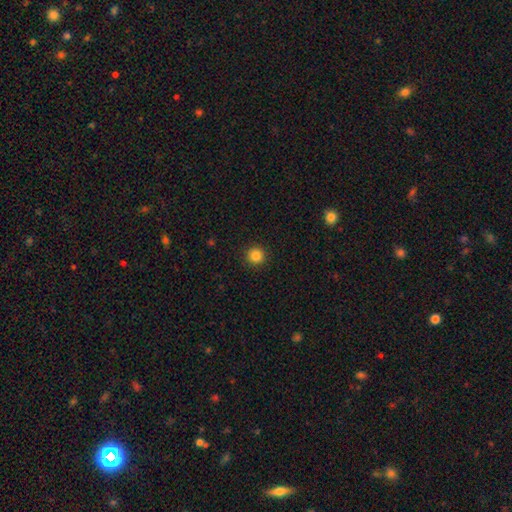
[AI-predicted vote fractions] This appears to be a smooth galaxy with no disk features (85%) that is round (95%). Merging: none (93%).